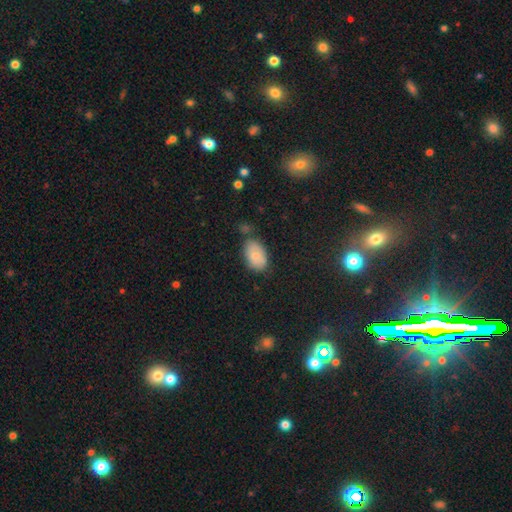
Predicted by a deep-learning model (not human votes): Smooth or featured? Predicted: smooth (p=0.81). How rounded? Predicted: in between (p=0.92). Merging? Predicted: none (p=0.66).